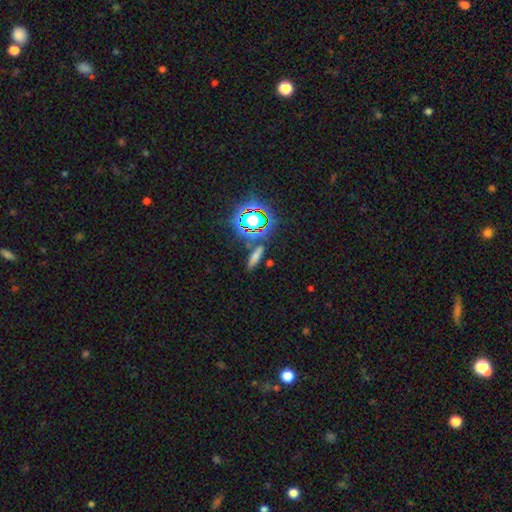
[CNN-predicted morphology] smooth-or-featured: smooth: 62% | star or artifact: 25% | featured or disk: 13%
  how-rounded: cigar-shaped: 56% | in between: 37% | round: 7%
  merging: none: 79% | minor disturbance: 11% | merger: 7% | major disturbance: 4%